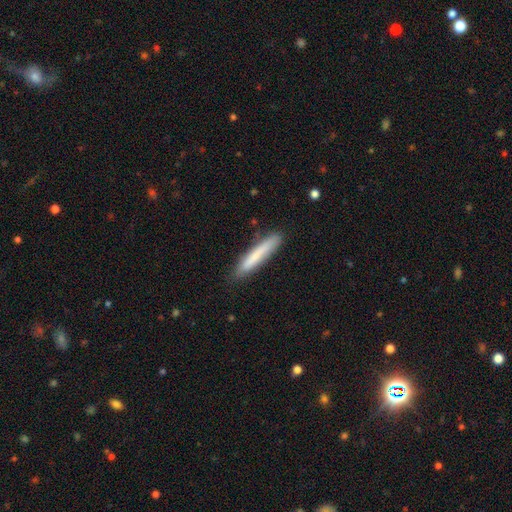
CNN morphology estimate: type=smooth (74%); roundness=cigar-shaped (94%); merging=none (85%).